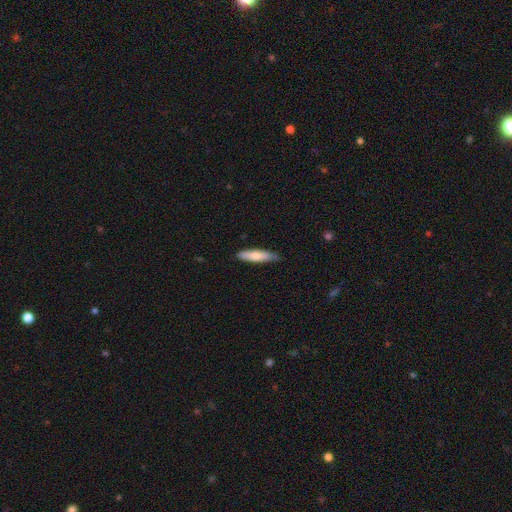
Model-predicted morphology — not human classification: A smooth galaxy with no disk features (75%) that is cigar-shaped (75%). Merging: none (79%).